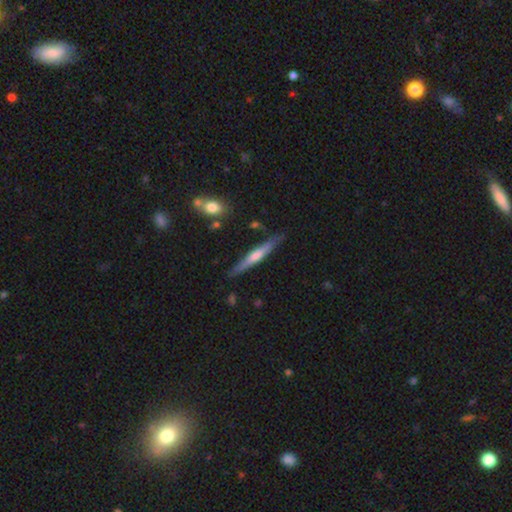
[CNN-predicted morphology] Smooth or featured?
  - featured or disk: 59% *
  - smooth: 35%
  - star or artifact: 6%
Edge-on disk?
  - yes: 95% *
  - no: 5%
Edge-on bulge?
  - rounded: 61% *
  - none: 23%
  - boxy: 16%
Merging?
  - none: 83% *
  - minor disturbance: 13%
  - major disturbance: 2%
  - merger: 2%